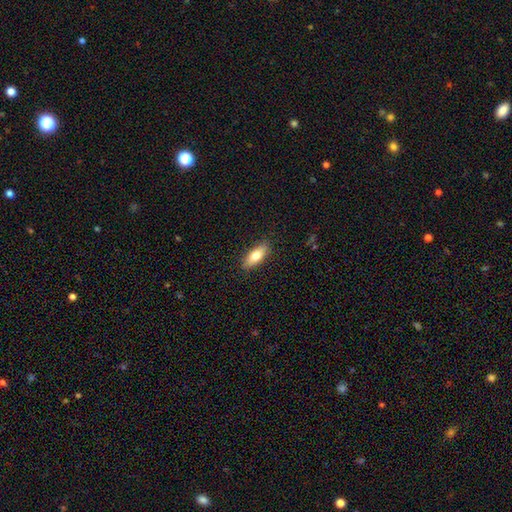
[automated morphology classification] smooth-or-featured: smooth: 75% | featured or disk: 19% | star or artifact: 6%
  how-rounded: in between: 70% | cigar-shaped: 28% | round: 2%
  merging: none: 87% | minor disturbance: 10% | major disturbance: 2% | merger: 1%